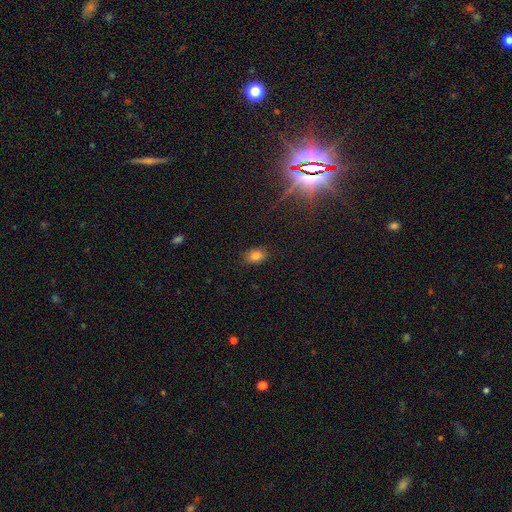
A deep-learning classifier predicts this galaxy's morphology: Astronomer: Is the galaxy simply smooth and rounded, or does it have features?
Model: smooth — 80%.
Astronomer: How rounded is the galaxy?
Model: in between — 80%.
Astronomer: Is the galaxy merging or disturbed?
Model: none — 84%.